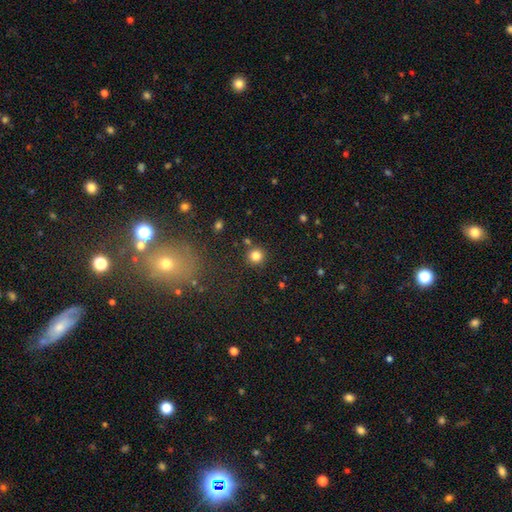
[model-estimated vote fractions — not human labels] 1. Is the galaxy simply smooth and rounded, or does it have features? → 82% smooth, 13% star or artifact, 5% featured or disk.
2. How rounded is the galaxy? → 94% round, 5% in between, 1% cigar-shaped.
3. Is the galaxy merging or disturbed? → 86% none, 7% minor disturbance, 4% merger, 3% major disturbance.